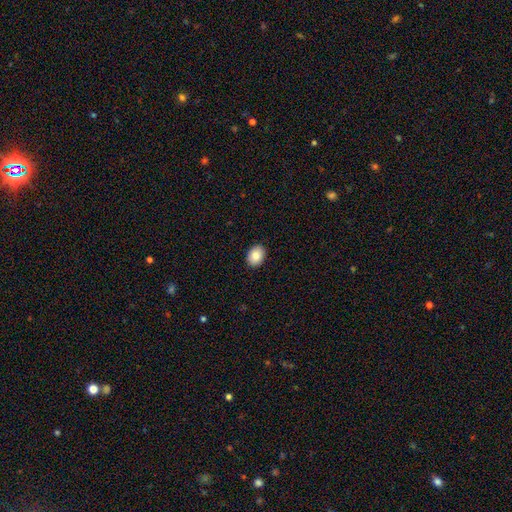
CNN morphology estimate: This is clearly a smooth galaxy (86%). How rounded: likely in between (68%). Merging: clearly none (91%).